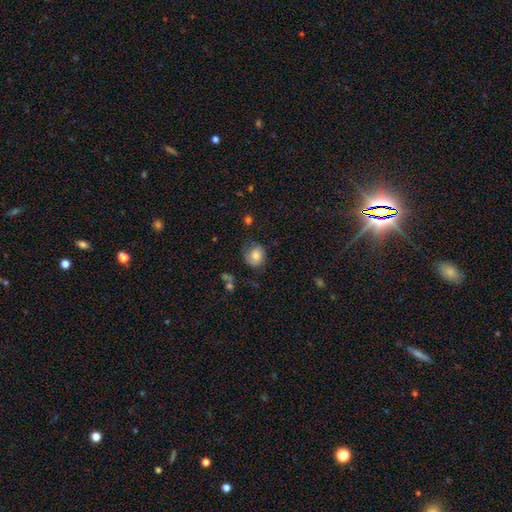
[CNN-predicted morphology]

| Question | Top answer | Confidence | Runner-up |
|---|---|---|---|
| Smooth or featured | smooth | 71% | featured or disk (21%) |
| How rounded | round | 68% | in between (32%) |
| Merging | none | 54% | minor disturbance (28%) |